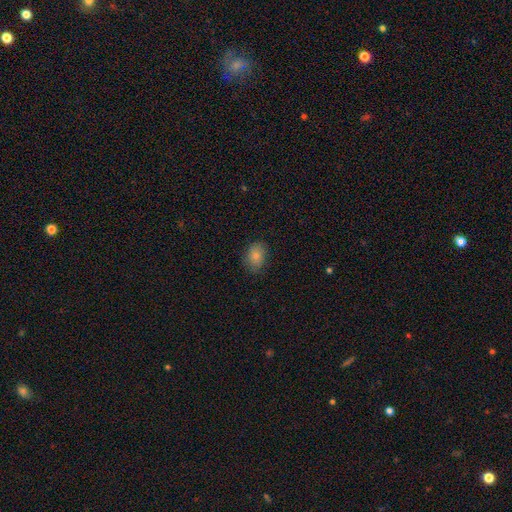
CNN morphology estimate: Smooth or featured? Predicted: smooth (p=0.84). How rounded? Predicted: in between (p=0.69). Merging? Predicted: none (p=0.79).